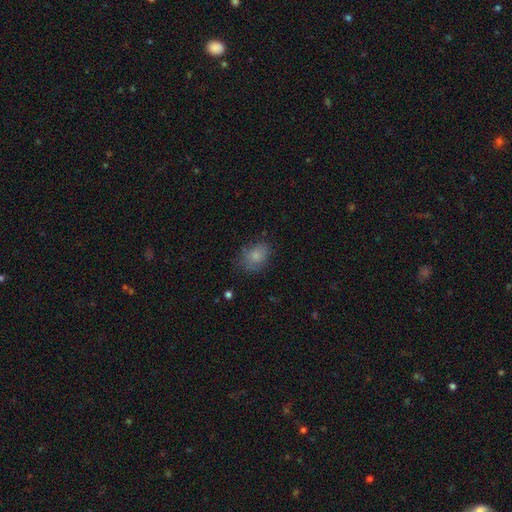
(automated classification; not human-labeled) smooth 79%, featured or disk 11%, star or artifact 10%. Down the decision tree: how rounded — in between (69%); merging — none (70%).